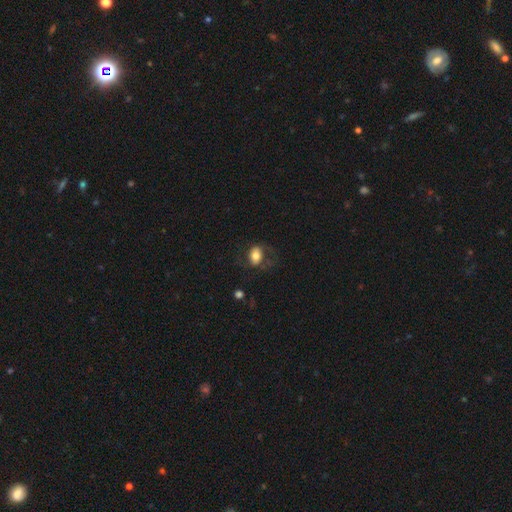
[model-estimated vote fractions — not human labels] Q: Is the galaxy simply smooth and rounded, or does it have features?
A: smooth — 69%.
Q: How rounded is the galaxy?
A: in between — 75%.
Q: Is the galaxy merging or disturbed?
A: none — 56%.